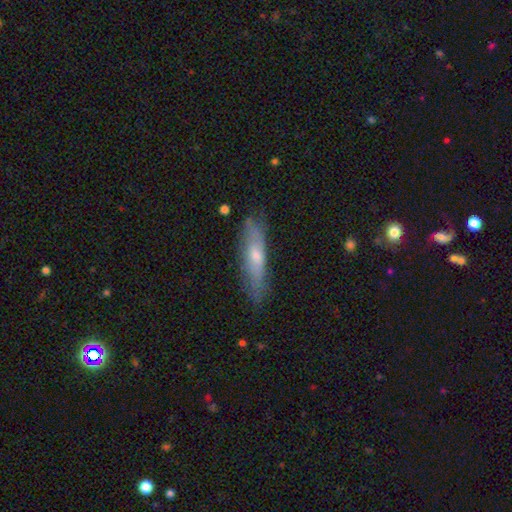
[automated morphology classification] smooth-or-featured: smooth: 48% | featured or disk: 45% | star or artifact: 7%
  merging: none: 80% | minor disturbance: 15% | major disturbance: 3% | merger: 1%